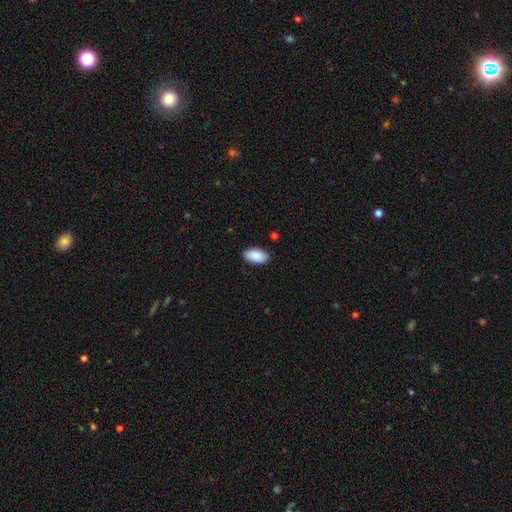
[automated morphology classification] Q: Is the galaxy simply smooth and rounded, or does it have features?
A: smooth — 90%.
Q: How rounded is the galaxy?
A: in between — 95%.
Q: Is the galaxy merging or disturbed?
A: none — 88%.